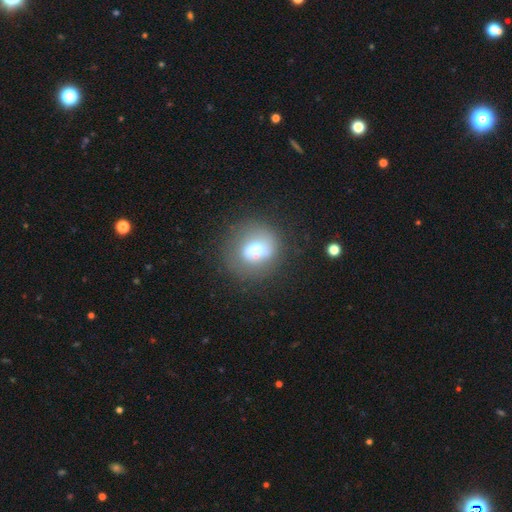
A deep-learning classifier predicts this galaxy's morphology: The model was most divided on "smooth or featured": smooth: 60%, featured or disk: 29%, star or artifact: 11%. More confident: how rounded — round (73%); merging — none (54%).